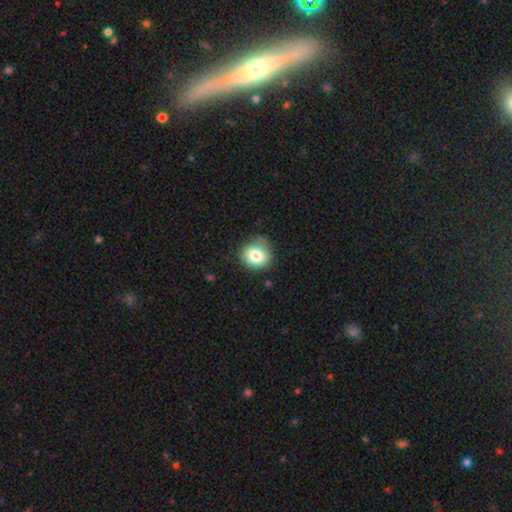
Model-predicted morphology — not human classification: The model was most divided on "how rounded": round: 75%, in between: 24%, cigar-shaped: 1%. More confident: smooth or featured — smooth (81%); merging — none (78%).